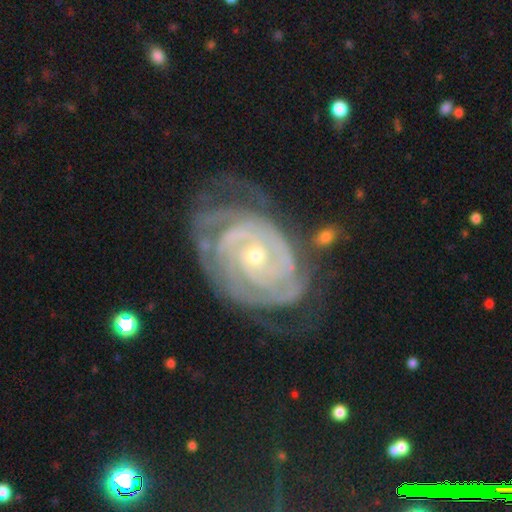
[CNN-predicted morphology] The model was most divided on "spiral arm count": can't tell: 32%, 2: 27%, 3: 19%, 4: 11%, more than 4: 6%, 1: 6%. More confident: edge-on disk — no (97%); spiral arms — yes (96%); smooth or featured — featured or disk (90%); spiral winding — tight (80%); bar — no (74%); bulge size — small (65%); merging — none (55%).